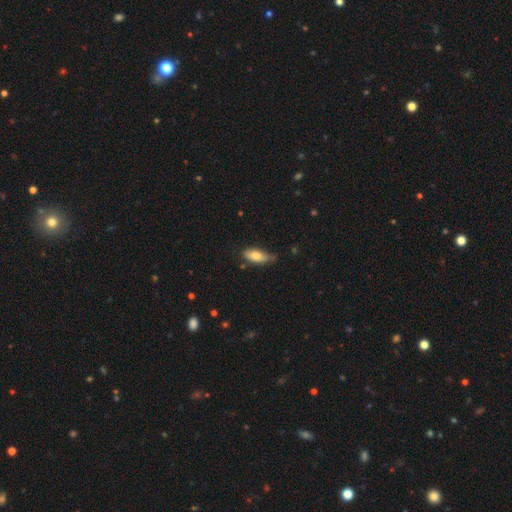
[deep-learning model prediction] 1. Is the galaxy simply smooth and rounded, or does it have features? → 75% smooth, 18% featured or disk, 6% star or artifact.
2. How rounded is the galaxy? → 79% in between, 18% cigar-shaped, 3% round.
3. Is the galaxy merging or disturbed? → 59% none, 33% minor disturbance, 5% major disturbance, 3% merger.